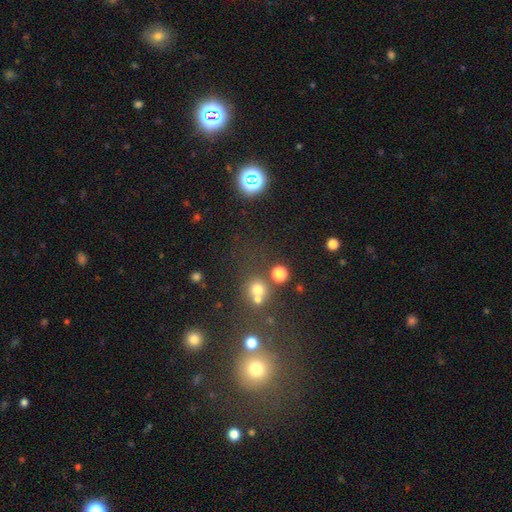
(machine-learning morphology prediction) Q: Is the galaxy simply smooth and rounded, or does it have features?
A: star or artifact — 49%.